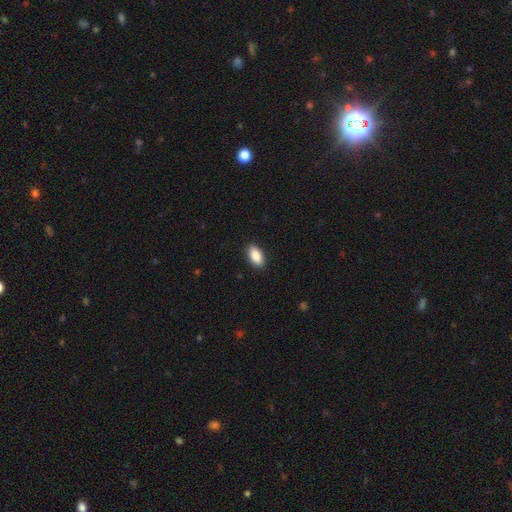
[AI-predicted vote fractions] Morphology: type=smooth (88%); roundness=in between (91%); merging=none (89%).